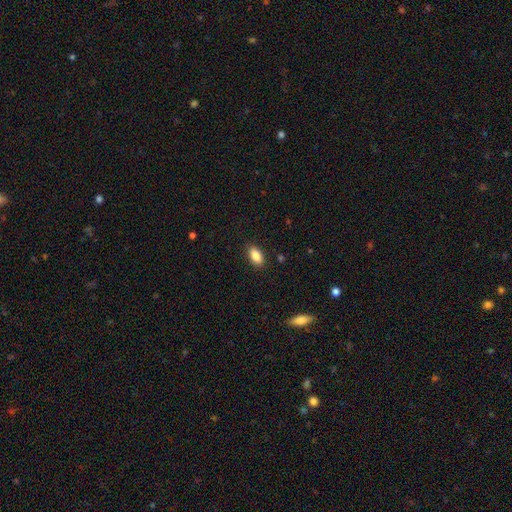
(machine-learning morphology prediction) Smooth or featured?
  - smooth: 86% *
  - star or artifact: 8%
  - featured or disk: 6%
How rounded?
  - in between: 90% *
  - cigar-shaped: 6%
  - round: 4%
Merging?
  - none: 88% *
  - minor disturbance: 9%
  - major disturbance: 2%
  - merger: 1%